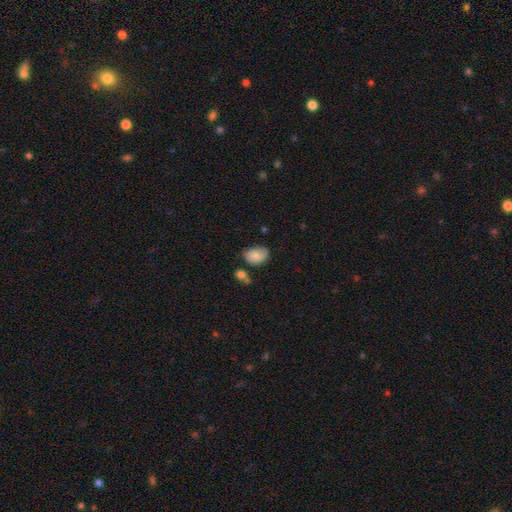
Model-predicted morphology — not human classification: This is likely a smooth galaxy (75%). How rounded: likely in between (73%). Merging: possibly none (52%).